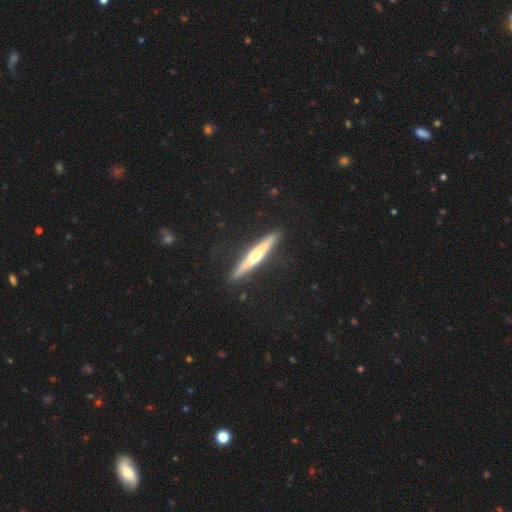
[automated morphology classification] The model was most divided on "smooth or featured": featured or disk: 64%, smooth: 31%, star or artifact: 5%. More confident: edge-on disk — yes (97%); merging — none (90%); edge-on bulge — rounded (79%).